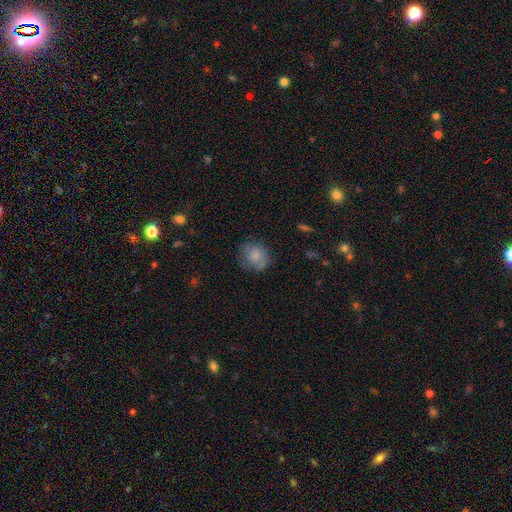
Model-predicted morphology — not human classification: Overall: smooth (76%). How rounded: round (80%). Merging: none (64%).